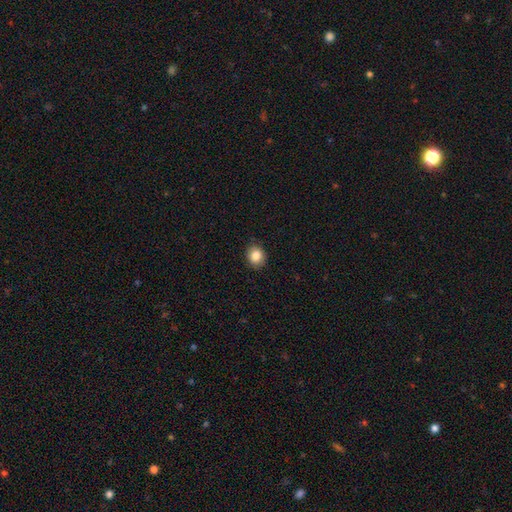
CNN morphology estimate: A smooth galaxy with no disk features (85%) that is round (65%). Merging: none (88%).